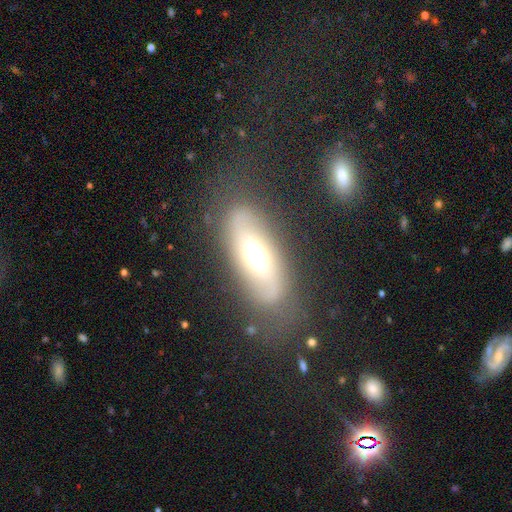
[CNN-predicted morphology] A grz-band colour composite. It shows a featured or disk galaxy (54%). Merging: none (71%).